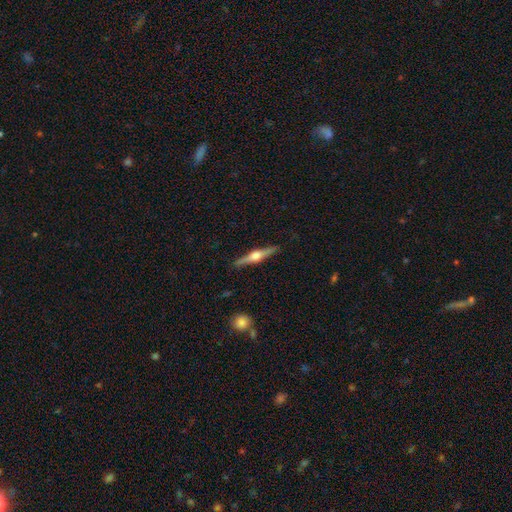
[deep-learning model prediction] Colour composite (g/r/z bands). It shows a featured or disk galaxy (75%) viewed edge-on (98%) with a rounded central bulge (91%). Merging: none (89%).